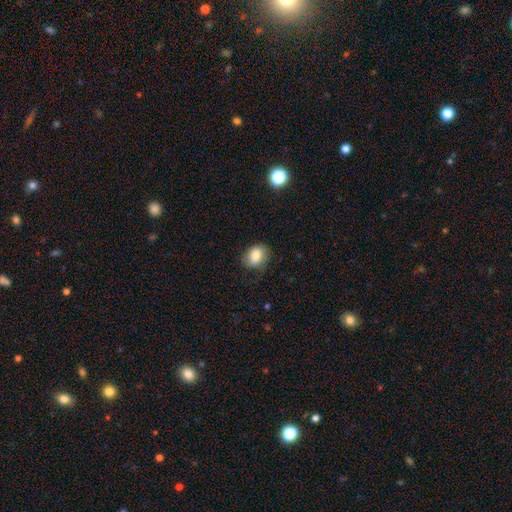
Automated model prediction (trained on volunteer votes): Smooth or featured? Predicted: smooth (p=0.81). How rounded? Predicted: in between (p=0.70). Merging? Predicted: none (p=0.69).